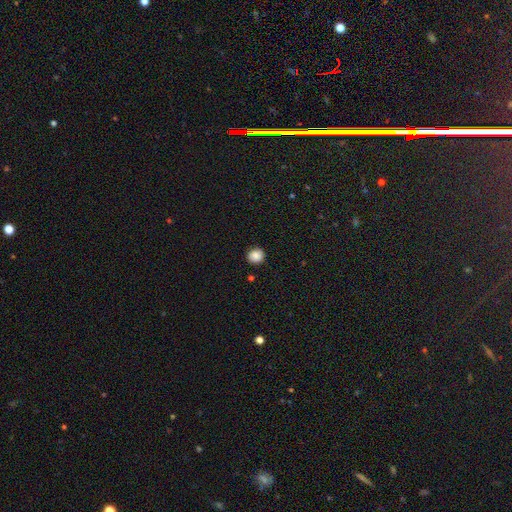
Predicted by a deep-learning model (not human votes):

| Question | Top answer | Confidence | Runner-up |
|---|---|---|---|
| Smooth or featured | smooth | 86% | star or artifact (10%) |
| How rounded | round | 90% | in between (9%) |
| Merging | none | 90% | minor disturbance (7%) |